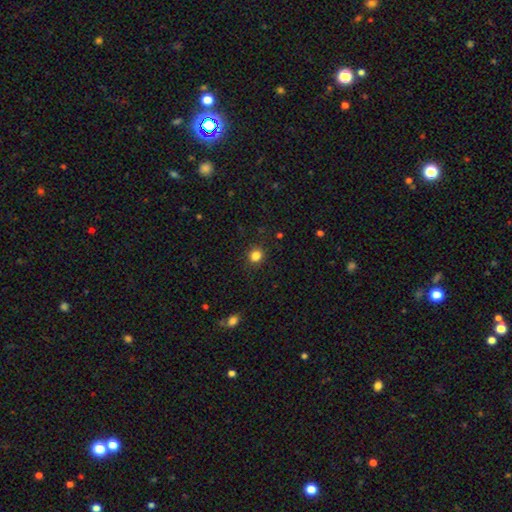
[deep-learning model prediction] Smooth or featured? Predicted: smooth (p=0.84). How rounded? Predicted: round (p=0.82). Merging? Predicted: none (p=0.88).